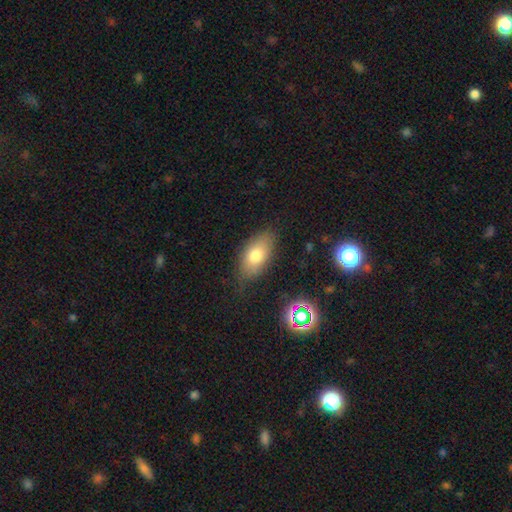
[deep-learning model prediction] smooth 74%, featured or disk 17%, star or artifact 9%. Down the decision tree: how rounded — in between (89%); merging — none (75%).